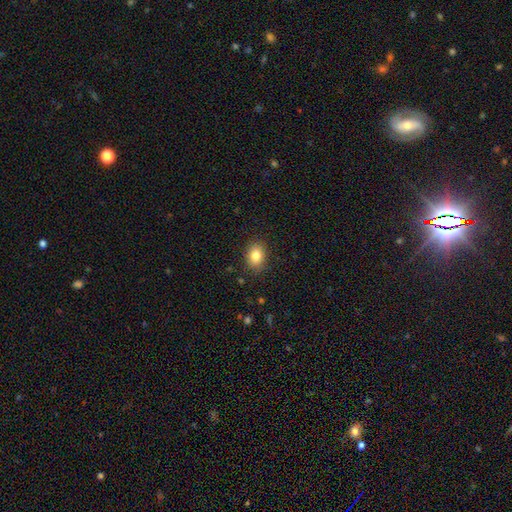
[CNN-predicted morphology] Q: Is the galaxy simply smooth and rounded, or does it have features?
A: smooth — 83%.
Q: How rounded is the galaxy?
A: in between — 70%.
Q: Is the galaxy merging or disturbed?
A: none — 87%.